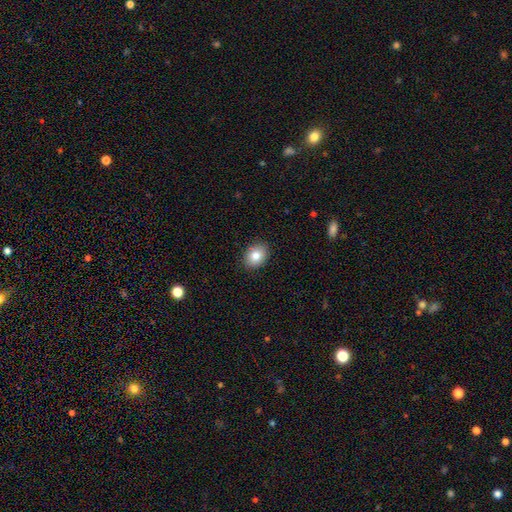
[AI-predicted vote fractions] Q: Smooth or featured?
A: smooth (83%); runner-up: featured or disk (9%)
Q: How rounded?
A: in between (59%); runner-up: round (40%)
Q: Merging?
A: none (89%); runner-up: minor disturbance (8%)